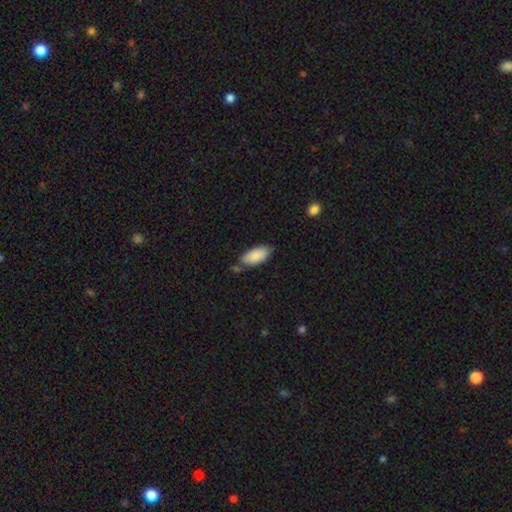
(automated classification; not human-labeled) Morphology: type=smooth (88%); roundness=in between (91%); merging=none (63%).